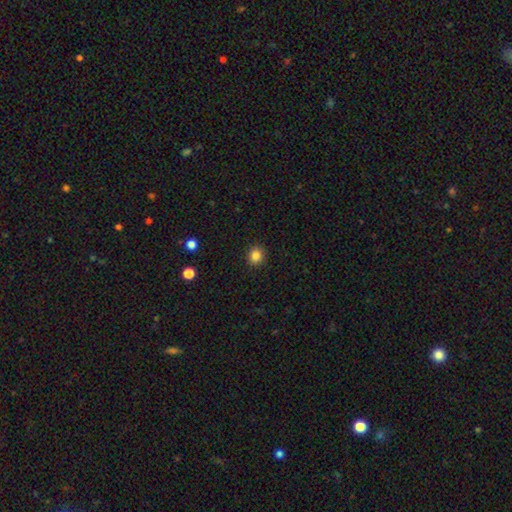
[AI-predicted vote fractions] Q: Smooth or featured?
A: smooth (85%); runner-up: star or artifact (11%)
Q: How rounded?
A: round (79%); runner-up: in between (20%)
Q: Merging?
A: none (91%); runner-up: minor disturbance (6%)